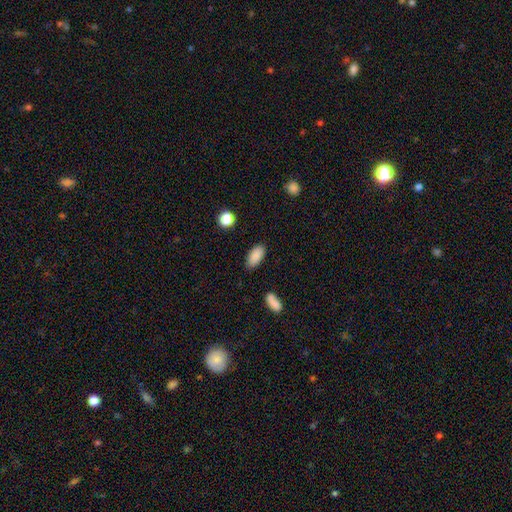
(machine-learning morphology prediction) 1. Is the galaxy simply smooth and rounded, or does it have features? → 87% smooth, 8% star or artifact, 5% featured or disk.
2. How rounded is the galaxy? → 90% in between, 7% cigar-shaped, 3% round.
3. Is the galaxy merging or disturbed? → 85% none, 10% minor disturbance, 3% major disturbance, 2% merger.